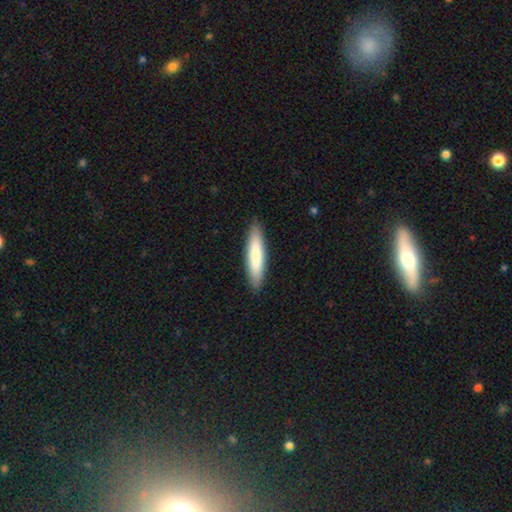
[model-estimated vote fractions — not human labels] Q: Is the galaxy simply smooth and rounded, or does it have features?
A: smooth — 79%.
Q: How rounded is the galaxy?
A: cigar-shaped — 83%.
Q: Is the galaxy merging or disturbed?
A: none — 90%.